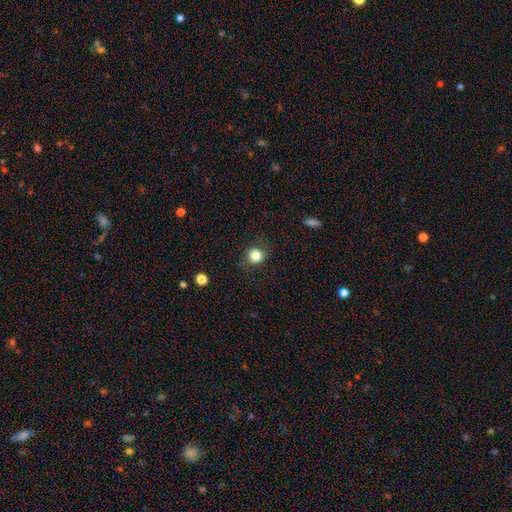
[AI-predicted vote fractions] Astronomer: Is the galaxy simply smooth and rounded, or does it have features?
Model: smooth — 82%.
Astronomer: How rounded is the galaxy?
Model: round — 84%.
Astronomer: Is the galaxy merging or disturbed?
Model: none — 79%.